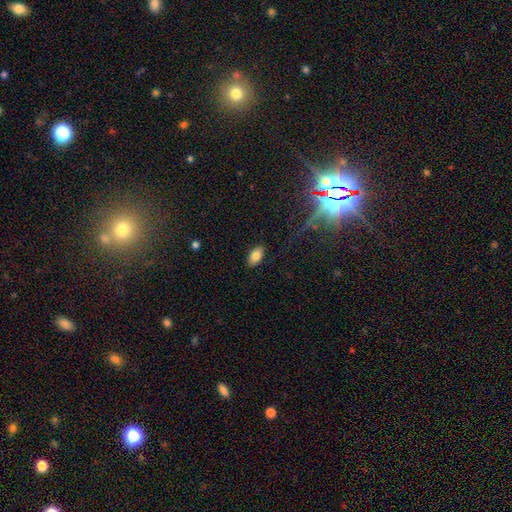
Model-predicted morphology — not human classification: Overall: smooth (80%). How rounded: in between (92%). Merging: none (87%).